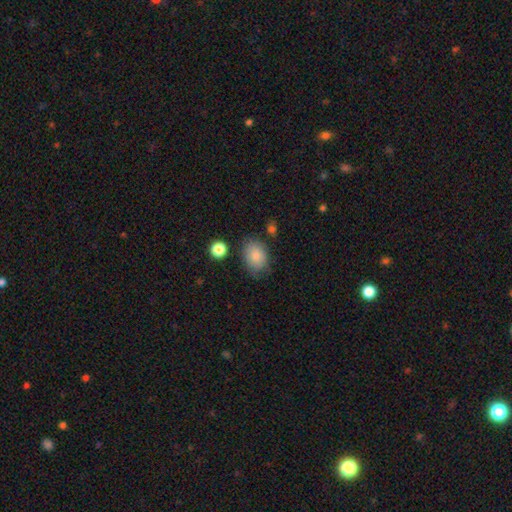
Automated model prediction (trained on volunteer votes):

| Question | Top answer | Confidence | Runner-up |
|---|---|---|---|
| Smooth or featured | smooth | 84% | featured or disk (8%) |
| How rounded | in between | 72% | round (27%) |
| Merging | none | 72% | minor disturbance (19%) |